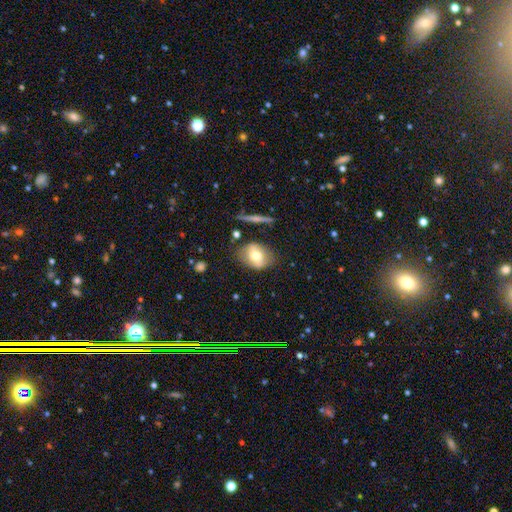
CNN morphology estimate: Q: Smooth or featured?
A: smooth (65%); runner-up: featured or disk (27%)
Q: How rounded?
A: in between (66%); runner-up: round (32%)
Q: Merging?
A: none (73%); runner-up: minor disturbance (18%)